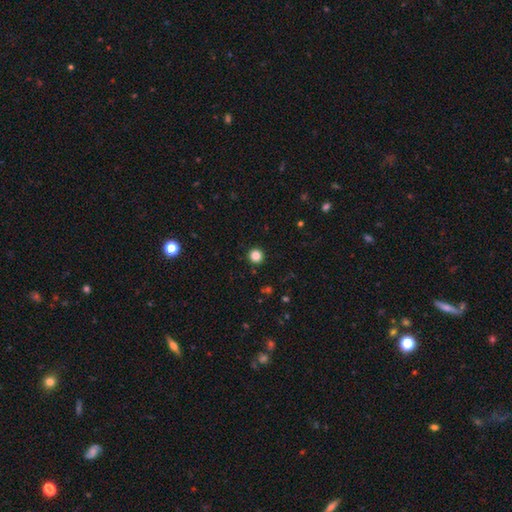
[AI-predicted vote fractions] The model was most divided on "smooth or featured": smooth: 84%, star or artifact: 12%, featured or disk: 4%. More confident: how rounded — round (96%); merging — none (94%).